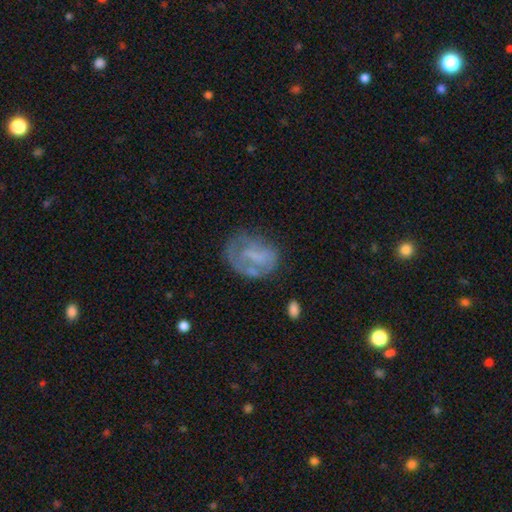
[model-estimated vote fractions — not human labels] smooth_or_featured: featured or disk (p=0.47) [alt: smooth p=0.41]
merging: none (p=0.48) [alt: minor disturbance p=0.25]